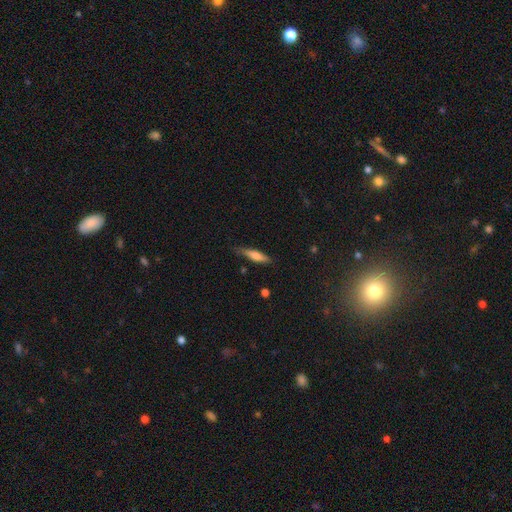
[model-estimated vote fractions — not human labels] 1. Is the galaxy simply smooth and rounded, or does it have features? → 67% smooth, 27% featured or disk, 6% star or artifact.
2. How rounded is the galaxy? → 74% cigar-shaped, 25% in between, 2% round.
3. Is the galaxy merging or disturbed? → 74% none, 20% minor disturbance, 4% major disturbance, 2% merger.